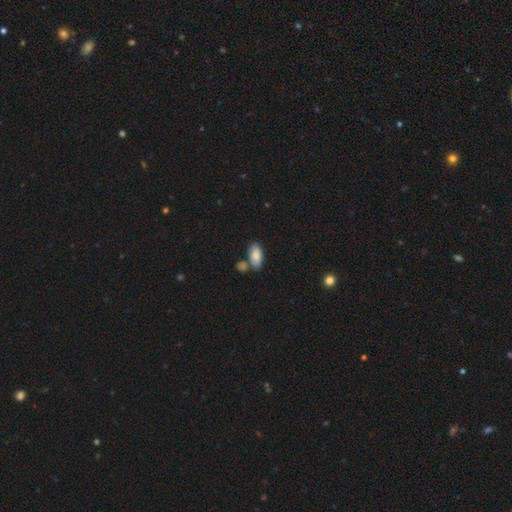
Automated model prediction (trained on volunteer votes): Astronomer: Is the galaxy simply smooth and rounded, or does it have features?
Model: smooth — 85%.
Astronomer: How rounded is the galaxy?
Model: in between — 91%.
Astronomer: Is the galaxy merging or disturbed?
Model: none — 64%.